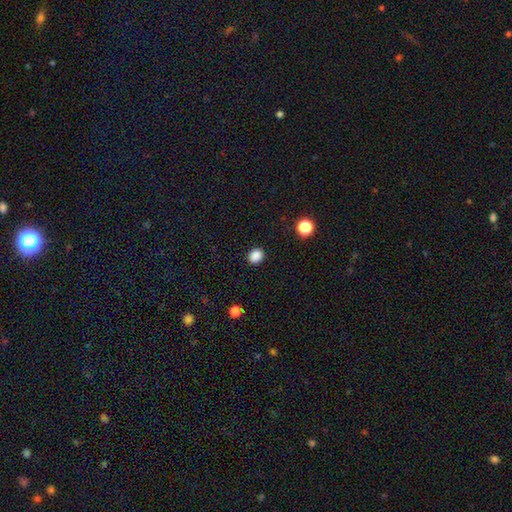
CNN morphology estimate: Smooth or featured? Predicted: smooth (p=0.86). How rounded? Predicted: round (p=0.67). Merging? Predicted: none (p=0.90).